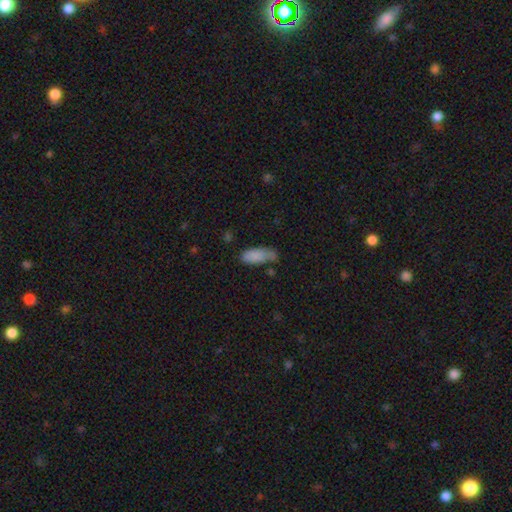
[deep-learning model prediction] Overall: smooth (83%). How rounded: in between (81%). Merging: none (46%; minor disturbance 33%).